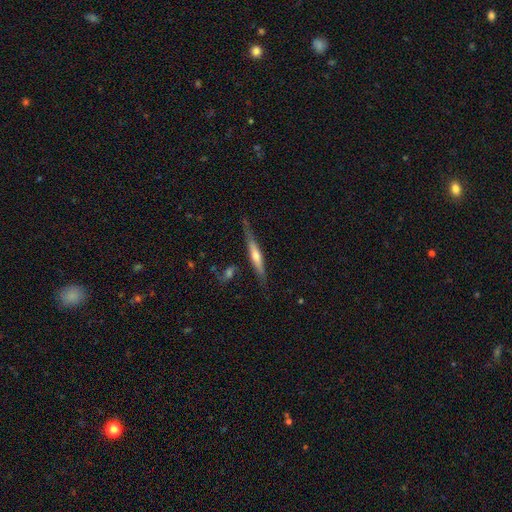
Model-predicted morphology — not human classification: Smooth or featured? Predicted: featured or disk (p=0.62). Edge-on disk? Predicted: yes (p=0.94). Edge-on bulge? Predicted: rounded (p=0.73). Merging? Predicted: none (p=0.72).